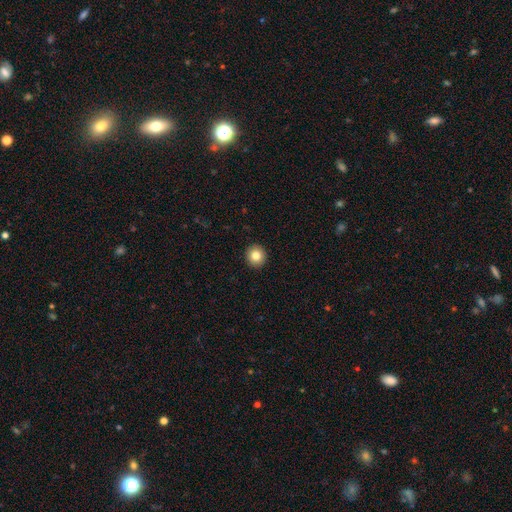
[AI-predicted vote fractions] smooth-or-featured: smooth: 82% | star or artifact: 10% | featured or disk: 8%
  how-rounded: round: 93% | in between: 6% | cigar-shaped: 1%
  merging: none: 93% | minor disturbance: 4% | major disturbance: 1% | merger: 1%